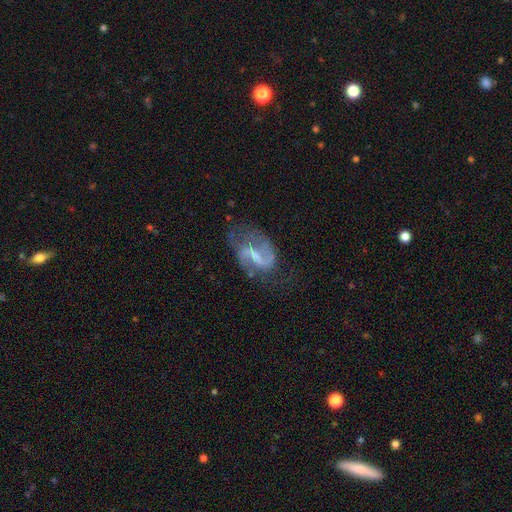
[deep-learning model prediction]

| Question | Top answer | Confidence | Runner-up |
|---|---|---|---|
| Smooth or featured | featured or disk | 84% | smooth (9%) |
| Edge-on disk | no | 97% | yes (3%) |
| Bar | weak | 50% | strong (35%) |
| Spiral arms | yes | 93% | no (7%) |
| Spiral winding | loose | 49% | medium (40%) |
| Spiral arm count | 2 | 86% | 1 (6%) |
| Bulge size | none | 41% | small (38%) |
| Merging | none | 60% | minor disturbance (22%) |